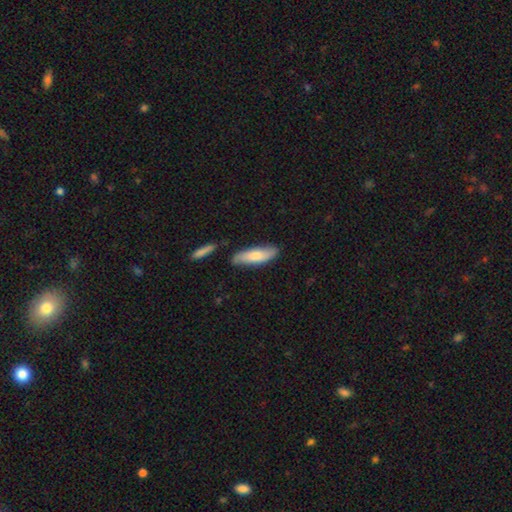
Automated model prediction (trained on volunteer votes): smooth-or-featured: smooth: 71% | featured or disk: 24% | star or artifact: 5%
  how-rounded: cigar-shaped: 52% | in between: 46% | round: 2%
  merging: none: 78% | minor disturbance: 15% | merger: 4% | major disturbance: 3%